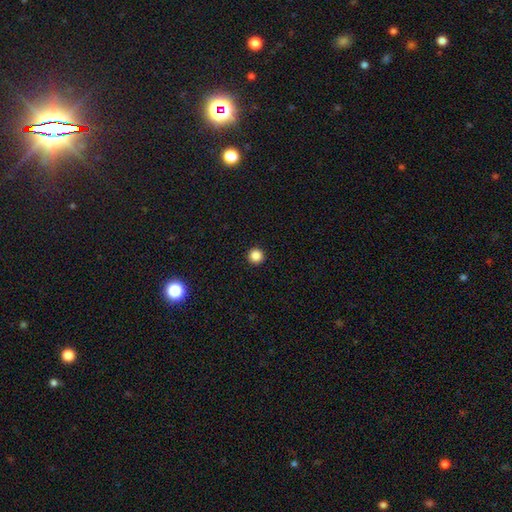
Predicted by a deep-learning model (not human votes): The model was most divided on "smooth or featured": smooth: 86%, star or artifact: 11%, featured or disk: 3%. More confident: how rounded — round (96%); merging — none (94%).